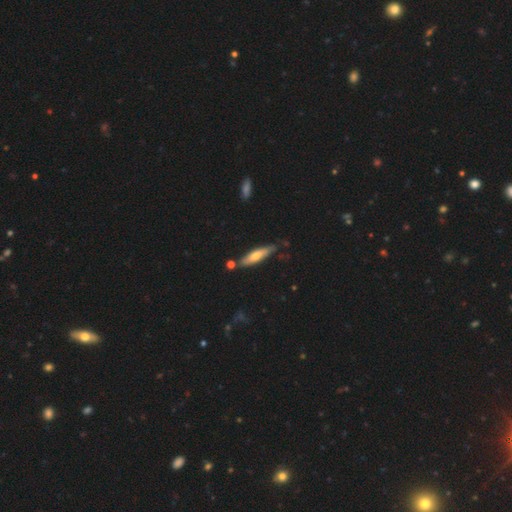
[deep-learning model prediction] Smooth or featured? Predicted: smooth (p=0.58). How rounded? Predicted: cigar-shaped (p=0.80). Merging? Predicted: none (p=0.75).